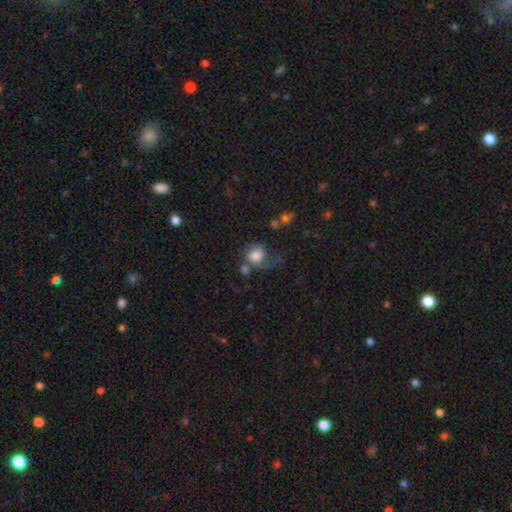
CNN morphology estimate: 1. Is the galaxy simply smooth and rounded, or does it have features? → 62% smooth, 29% featured or disk, 10% star or artifact.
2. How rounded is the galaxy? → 53% round, 46% in between, 1% cigar-shaped.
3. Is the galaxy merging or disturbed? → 34% major disturbance, 30% none, 22% minor disturbance, 14% merger.